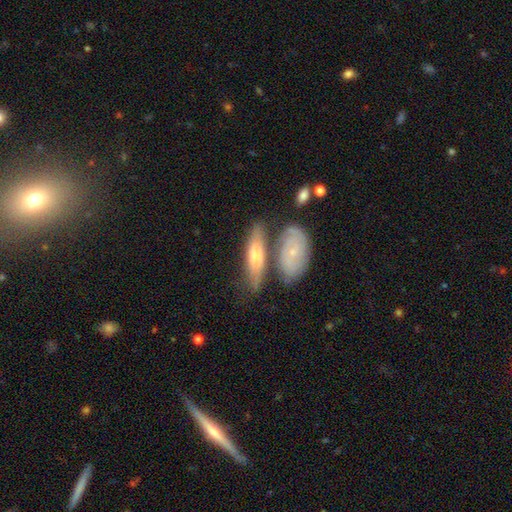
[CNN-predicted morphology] Q: Smooth or featured?
A: featured or disk (54%); runner-up: smooth (40%)
Q: Edge-on disk?
A: yes (50%); tied with: no (50%)
Q: Merging?
A: none (49%); runner-up: merger (27%)